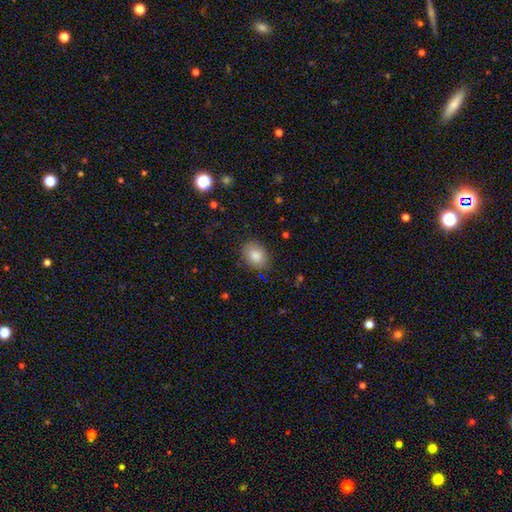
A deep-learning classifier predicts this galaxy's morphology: type=smooth (86%); roundness=in between (68%); merging=none (85%).